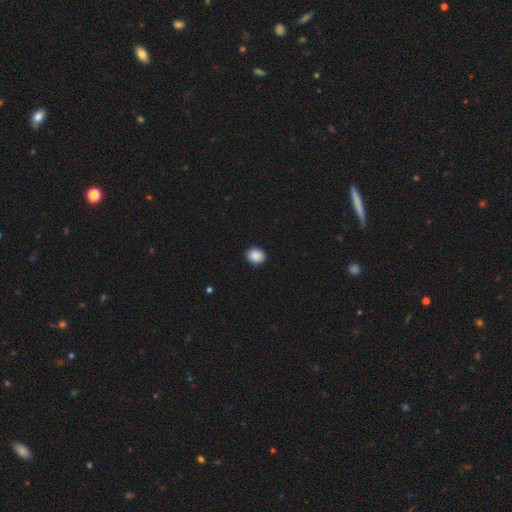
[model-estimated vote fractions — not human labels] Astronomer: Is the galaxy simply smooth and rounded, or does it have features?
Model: smooth — 89%.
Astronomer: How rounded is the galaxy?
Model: round — 61% (runner-up: in between, 38%).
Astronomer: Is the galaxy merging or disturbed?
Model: none — 91%.